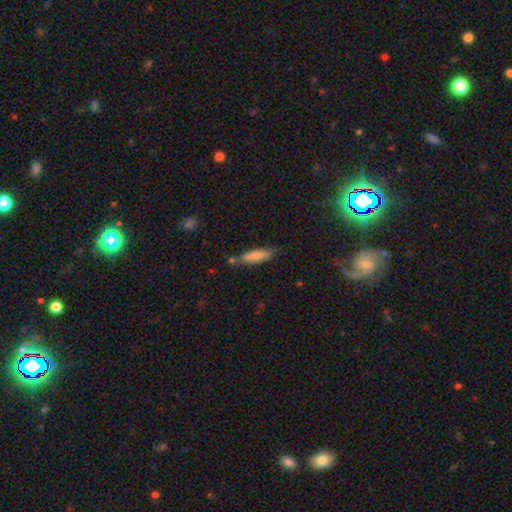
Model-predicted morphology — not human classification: A smooth galaxy with no disk features (72%) that is cigar-shaped (75%).

Vote fractions:
- Smooth or featured? smooth: 72% / featured or disk: 21% / star or artifact: 7%
- How rounded? cigar-shaped: 75% / in between: 23% / round: 2%
- Merging? none: 69% / minor disturbance: 20% / merger: 8% / major disturbance: 4%